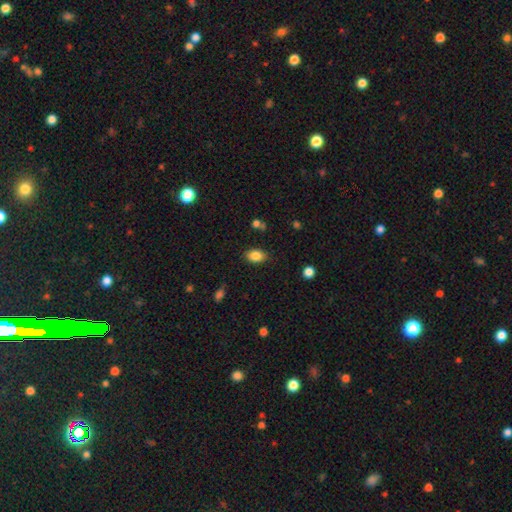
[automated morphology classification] A smooth galaxy with no disk features (84%) that is in between round and cigar-shaped (81%). Merging: none (83%).